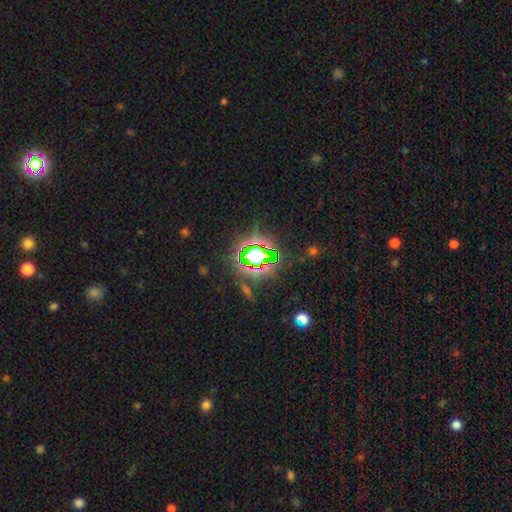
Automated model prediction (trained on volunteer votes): smooth_or_featured: star or artifact (p=0.75) [alt: smooth p=0.14]